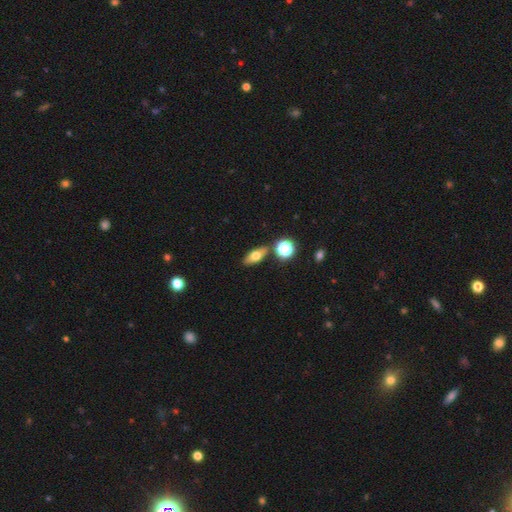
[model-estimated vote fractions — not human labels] This appears to be a smooth galaxy with no disk features (62%) that is in between round and cigar-shaped (71%). Merging: none (81%).